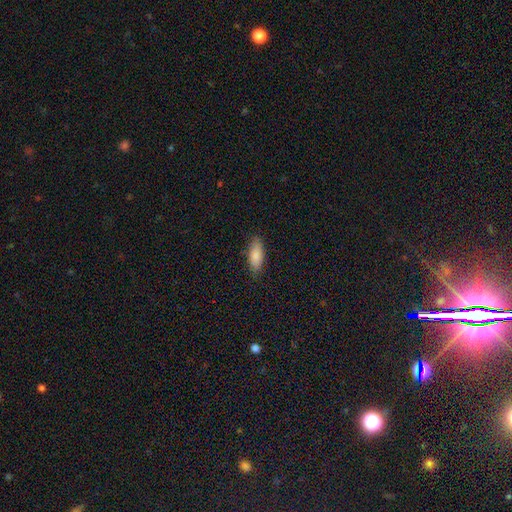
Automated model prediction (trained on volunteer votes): A smooth galaxy with no disk features (85%) that is in between round and cigar-shaped (74%). Merging: none (84%).